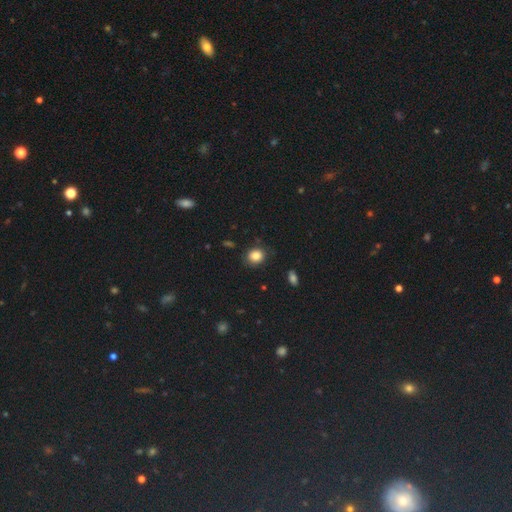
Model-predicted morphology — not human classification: smooth-or-featured: smooth: 85% | star or artifact: 10% | featured or disk: 5%
  how-rounded: round: 67% | in between: 32% | cigar-shaped: 1%
  merging: none: 82% | minor disturbance: 13% | major disturbance: 3% | merger: 1%